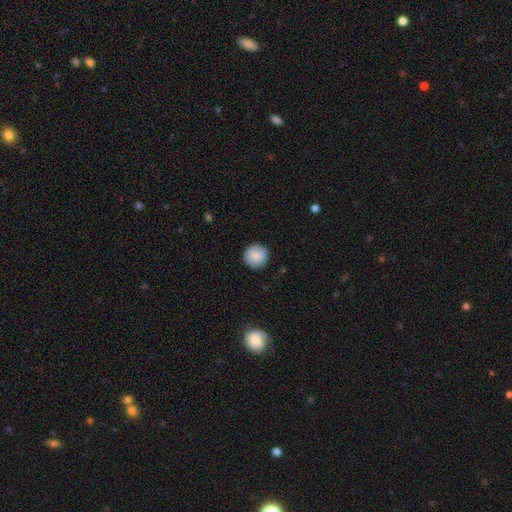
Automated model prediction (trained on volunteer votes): A smooth galaxy with no disk features (86%) that is round (96%).

Vote fractions:
- Smooth or featured? smooth: 86% / star or artifact: 7% / featured or disk: 6%
- How rounded? round: 96% / in between: 3% / cigar-shaped: 1%
- Merging? none: 90% / minor disturbance: 7% / major disturbance: 2% / merger: 1%